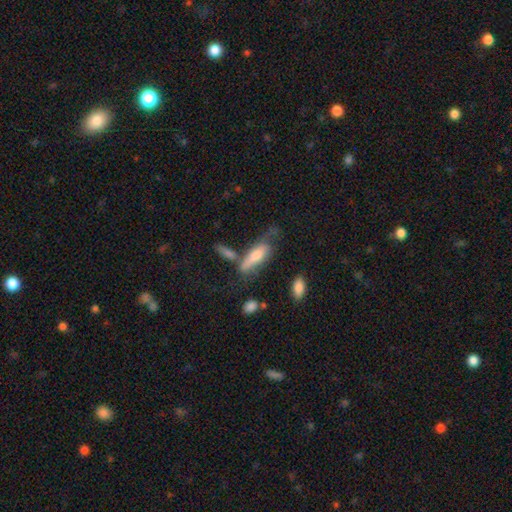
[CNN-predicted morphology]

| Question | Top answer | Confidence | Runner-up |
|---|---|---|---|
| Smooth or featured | smooth | 61% | featured or disk (31%) |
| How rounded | in between | 55% | cigar-shaped (42%) |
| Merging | none | 36% | minor disturbance (25%) |